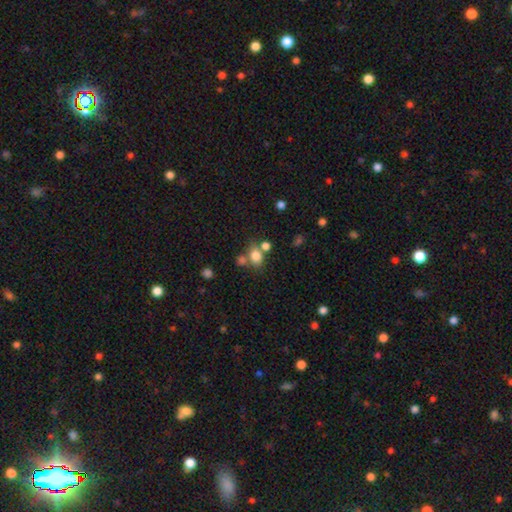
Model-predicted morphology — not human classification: smooth 78%, star or artifact 13%, featured or disk 9%. Down the decision tree: how rounded — in between (50%); merging — none (52%).